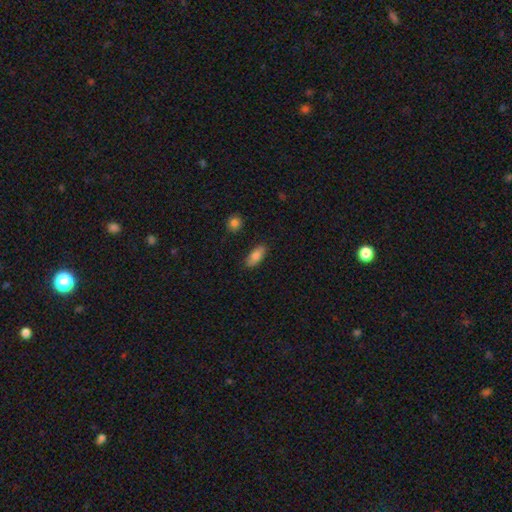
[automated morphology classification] This appears to be a smooth galaxy with no disk features (81%) that is in between round and cigar-shaped (82%). Merging: none (87%).